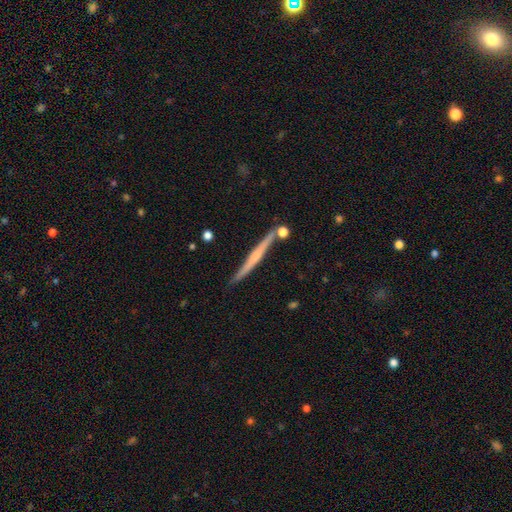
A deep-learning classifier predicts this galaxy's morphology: Smooth or featured? Predicted: featured or disk (p=0.63). Edge-on disk? Predicted: yes (p=0.98). Edge-on bulge? Predicted: none (p=0.47). Merging? Predicted: none (p=0.83).